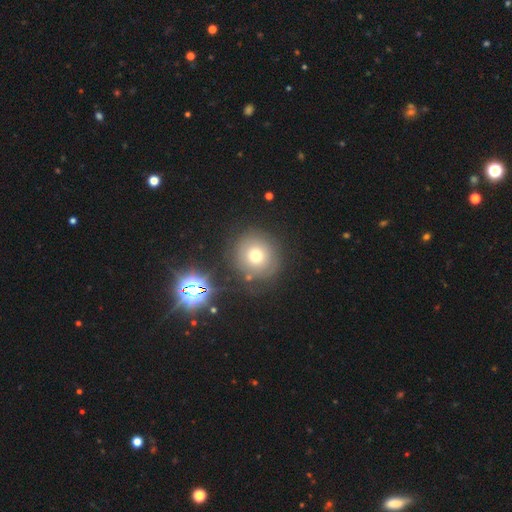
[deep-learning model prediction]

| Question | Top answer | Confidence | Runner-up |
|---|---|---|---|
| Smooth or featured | smooth | 64% | featured or disk (19%) |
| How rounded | round | 93% | in between (6%) |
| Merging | none | 79% | minor disturbance (11%) |